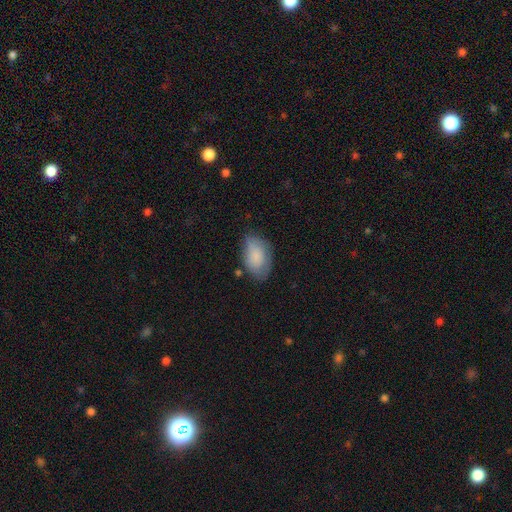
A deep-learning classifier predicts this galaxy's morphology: Q: Smooth or featured?
A: smooth (81%); runner-up: featured or disk (12%)
Q: How rounded?
A: in between (91%); runner-up: round (7%)
Q: Merging?
A: none (60%); runner-up: minor disturbance (29%)